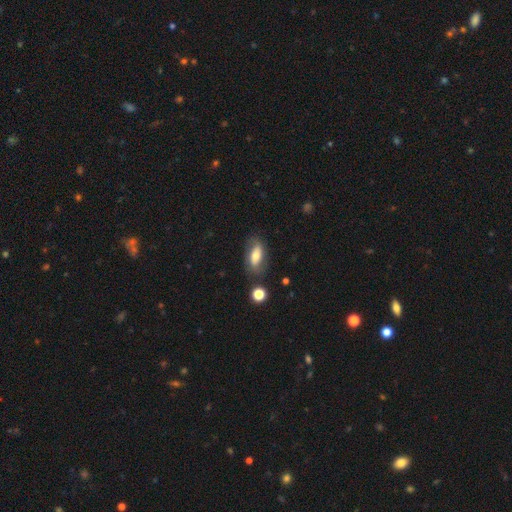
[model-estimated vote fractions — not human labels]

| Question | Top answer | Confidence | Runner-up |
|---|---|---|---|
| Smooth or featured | smooth | 60% | featured or disk (32%) |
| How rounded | in between | 83% | cigar-shaped (11%) |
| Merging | none | 71% | minor disturbance (19%) |